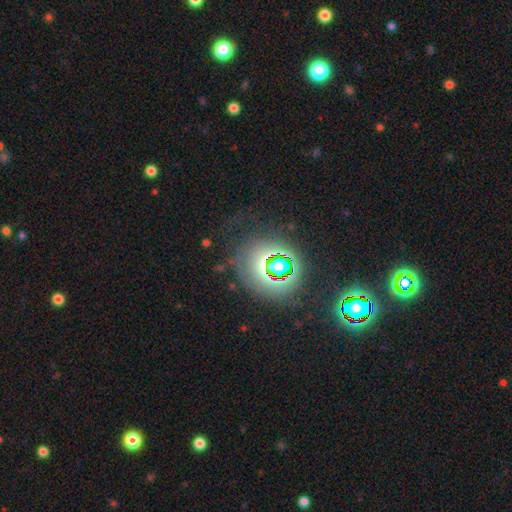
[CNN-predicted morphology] Smooth or featured?
  - star or artifact: 62% *
  - smooth: 19%
  - featured or disk: 19%